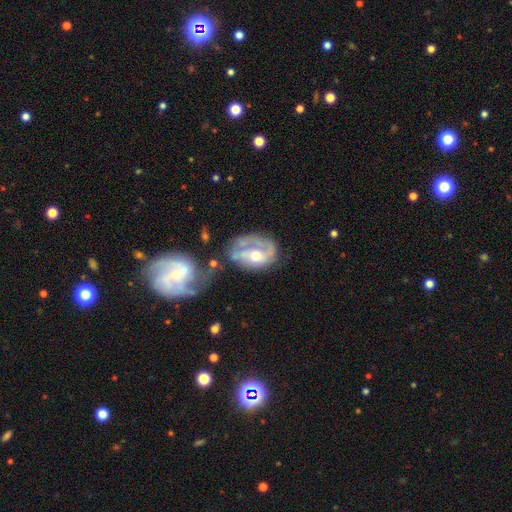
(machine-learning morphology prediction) Q: Smooth or featured?
A: featured or disk (71%); runner-up: smooth (22%)
Q: Edge-on disk?
A: no (96%); runner-up: yes (4%)
Q: Bar?
A: no (62%); runner-up: weak (29%)
Q: Spiral arms?
A: yes (69%); runner-up: no (31%)
Q: Bulge size?
A: moderate (67%); runner-up: small (23%)
Q: Merging?
A: none (32%); runner-up: major disturbance (27%)